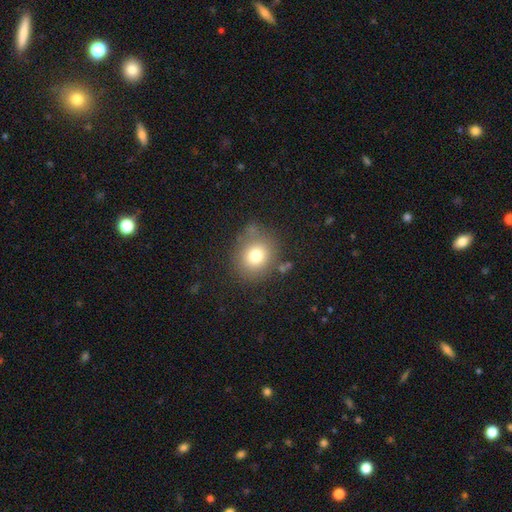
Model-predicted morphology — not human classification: Overall: smooth (76%). How rounded: round (72%). Merging: none (74%).